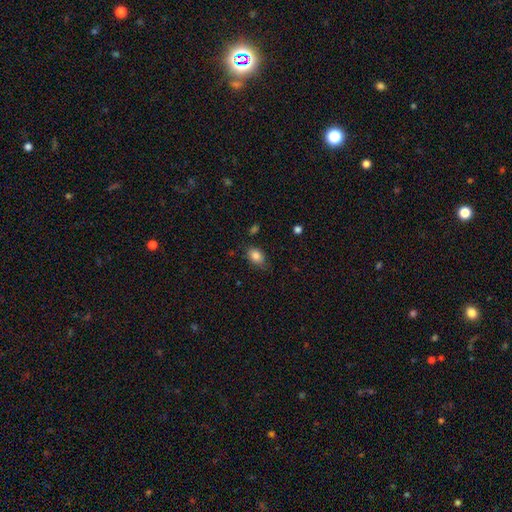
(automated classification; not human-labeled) This appears to be a smooth galaxy with no disk features (85%) that is in between round and cigar-shaped (80%). Merging: none (74%).